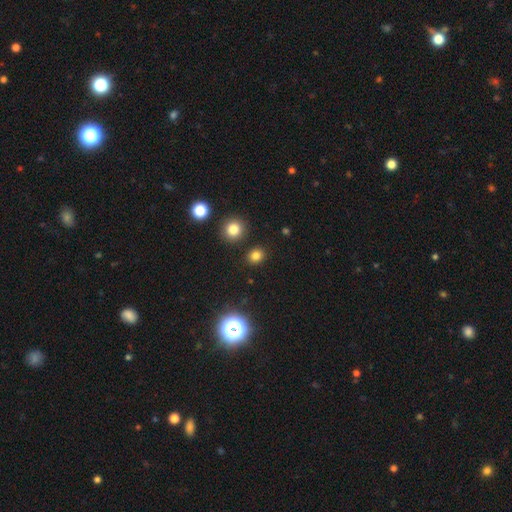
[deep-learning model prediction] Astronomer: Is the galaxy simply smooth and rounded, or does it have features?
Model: smooth — 78%.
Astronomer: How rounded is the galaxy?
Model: round — 72%.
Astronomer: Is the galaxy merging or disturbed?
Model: none — 88%.